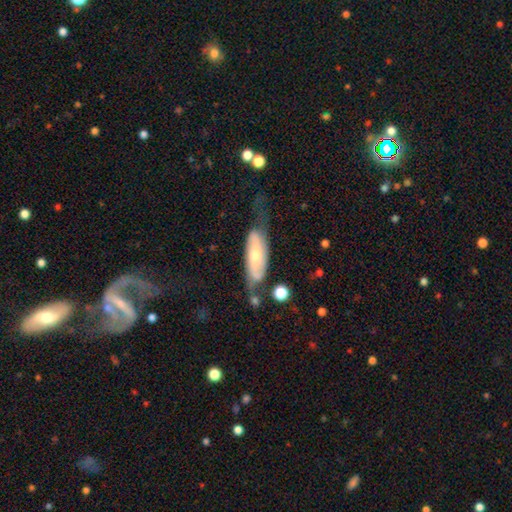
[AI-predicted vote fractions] Smooth or featured?
  - featured or disk: 61% *
  - smooth: 33%
  - star or artifact: 6%
Edge-on disk?
  - no: 82% *
  - yes: 18%
Merging?
  - none: 46% *
  - minor disturbance: 28%
  - major disturbance: 20%
  - merger: 6%